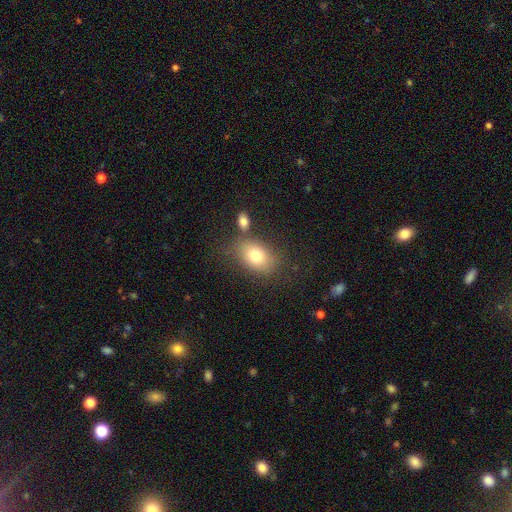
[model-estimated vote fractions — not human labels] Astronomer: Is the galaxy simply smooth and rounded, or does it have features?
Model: smooth — 76%.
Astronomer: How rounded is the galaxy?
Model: in between — 79%.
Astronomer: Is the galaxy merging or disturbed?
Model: none — 68%.